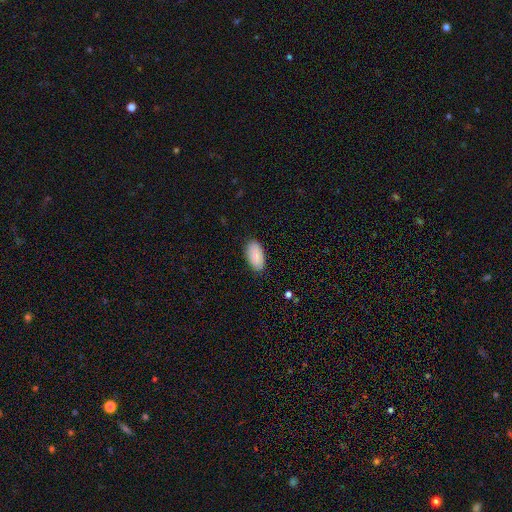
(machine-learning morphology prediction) smooth-or-featured: smooth: 88% | star or artifact: 6% | featured or disk: 6%
  how-rounded: in between: 95% | cigar-shaped: 2% | round: 2%
  merging: none: 87% | minor disturbance: 10% | major disturbance: 2% | merger: 1%